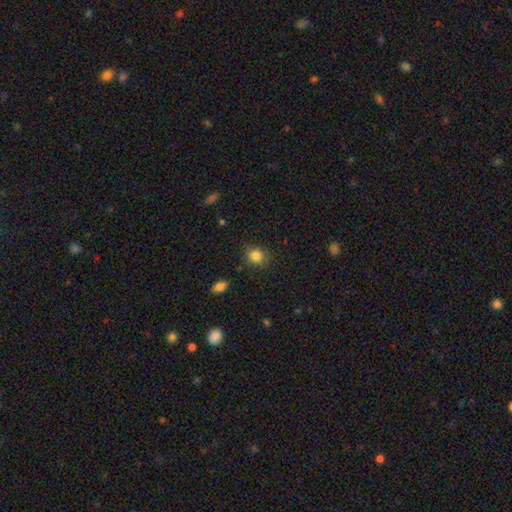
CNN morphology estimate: Smooth or featured?
  - smooth: 85% *
  - star or artifact: 10%
  - featured or disk: 5%
How rounded?
  - round: 70% *
  - in between: 29%
  - cigar-shaped: 1%
Merging?
  - none: 82% *
  - minor disturbance: 12%
  - major disturbance: 3%
  - merger: 2%